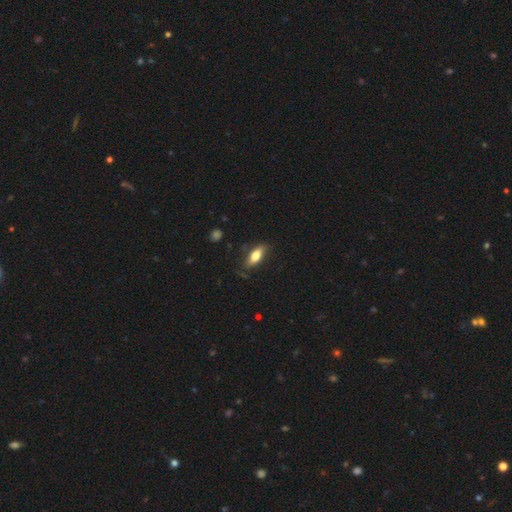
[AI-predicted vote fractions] smooth_or_featured: smooth (p=0.73) [alt: featured or disk p=0.21]
how_rounded: in between (p=0.74) [alt: cigar-shaped p=0.23]
merging: none (p=0.72) [alt: minor disturbance p=0.21]